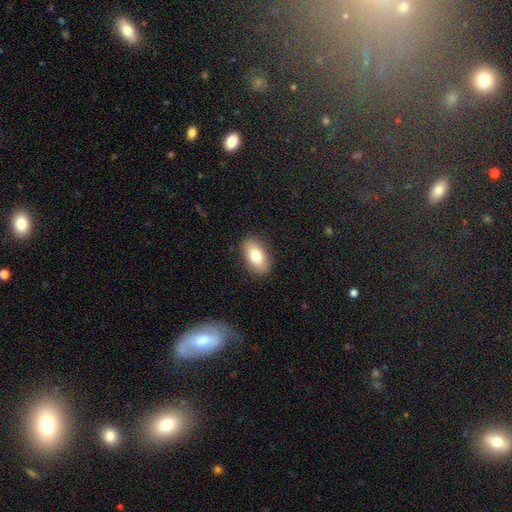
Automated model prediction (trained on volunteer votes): smooth-or-featured: smooth: 80% | featured or disk: 14% | star or artifact: 7%
  how-rounded: in between: 92% | round: 4% | cigar-shaped: 4%
  merging: none: 88% | minor disturbance: 9% | major disturbance: 2% | merger: 1%